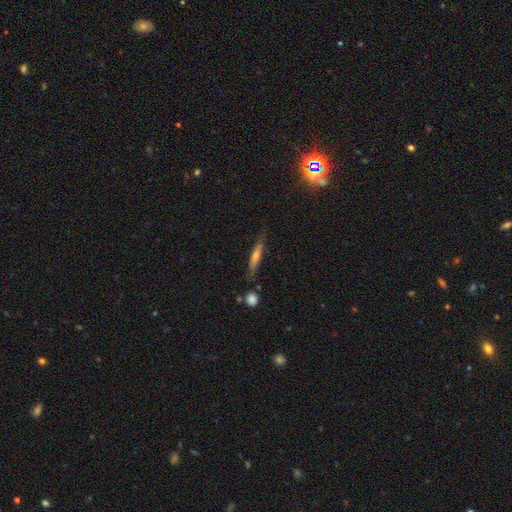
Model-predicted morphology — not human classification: A featured or disk galaxy (47%). Merging: none (78%).